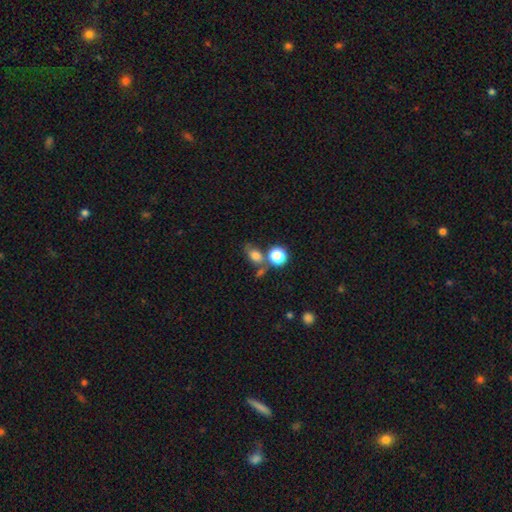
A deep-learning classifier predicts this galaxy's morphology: The model was most divided on "merging": none: 50%, merger: 28%, minor disturbance: 15%, major disturbance: 7%. More confident: smooth or featured — smooth (75%); how rounded — in between (61%).